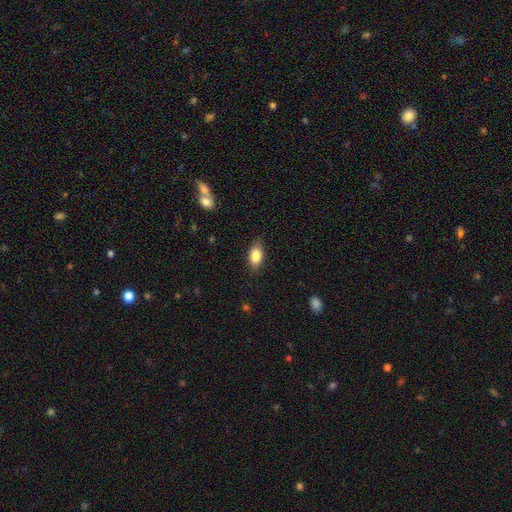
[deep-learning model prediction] smooth 84%, featured or disk 9%, star or artifact 7%. Down the decision tree: how rounded — in between (88%); merging — none (84%).